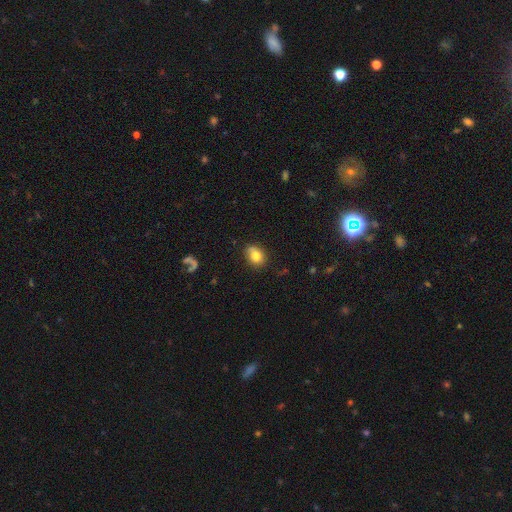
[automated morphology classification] Smooth or featured?
  - smooth: 79% *
  - featured or disk: 11%
  - star or artifact: 10%
How rounded?
  - round: 51% *
  - in between: 48%
  - cigar-shaped: 1%
Merging?
  - none: 76% *
  - minor disturbance: 18%
  - major disturbance: 4%
  - merger: 3%